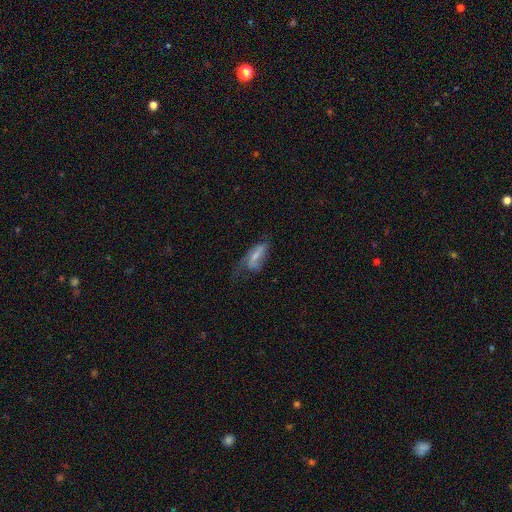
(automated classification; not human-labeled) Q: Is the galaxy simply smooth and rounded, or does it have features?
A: featured or disk — 49%.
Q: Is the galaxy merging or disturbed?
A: major disturbance — 36%.